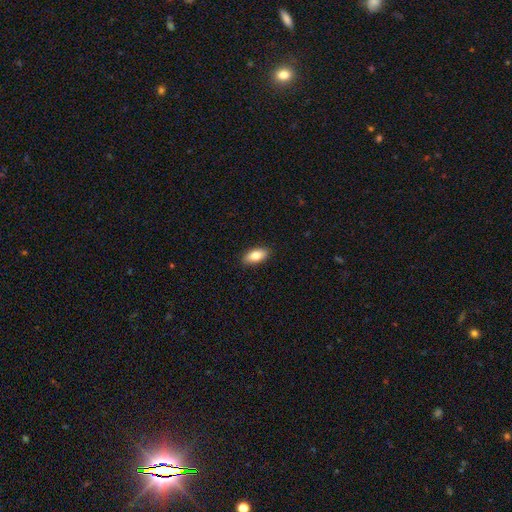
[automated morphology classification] Smooth or featured?
  - smooth: 81% *
  - featured or disk: 12%
  - star or artifact: 7%
How rounded?
  - in between: 89% *
  - cigar-shaped: 8%
  - round: 3%
Merging?
  - none: 90% *
  - minor disturbance: 8%
  - major disturbance: 2%
  - merger: 1%